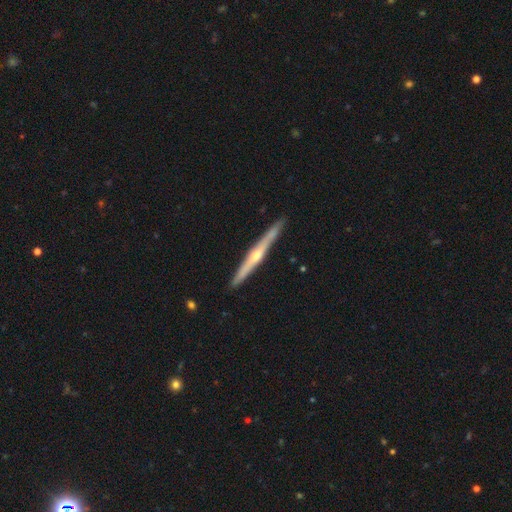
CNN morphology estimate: Smooth or featured?
  - featured or disk: 73% *
  - smooth: 22%
  - star or artifact: 5%
Edge-on disk?
  - yes: 98% *
  - no: 2%
Edge-on bulge?
  - rounded: 82% *
  - none: 14%
  - boxy: 4%
Merging?
  - none: 90% *
  - minor disturbance: 7%
  - major disturbance: 1%
  - merger: 1%